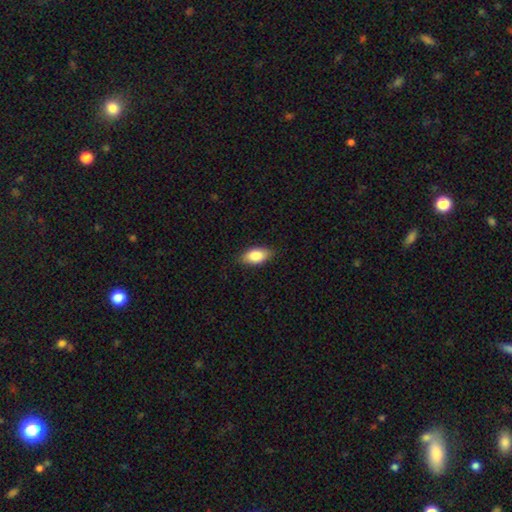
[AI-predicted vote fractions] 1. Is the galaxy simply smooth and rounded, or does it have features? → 82% smooth, 11% featured or disk, 7% star or artifact.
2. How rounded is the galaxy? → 90% in between, 6% cigar-shaped, 4% round.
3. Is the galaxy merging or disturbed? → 85% none, 12% minor disturbance, 2% major disturbance, 1% merger.